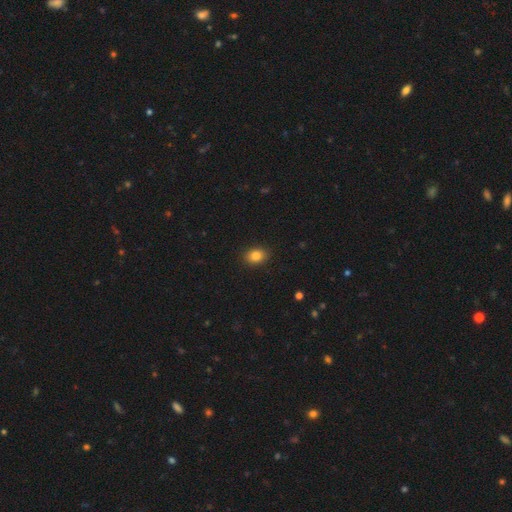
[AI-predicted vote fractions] The model was most divided on "how rounded": in between: 65%, round: 34%, cigar-shaped: 1%. More confident: merging — none (89%); smooth or featured — smooth (85%).